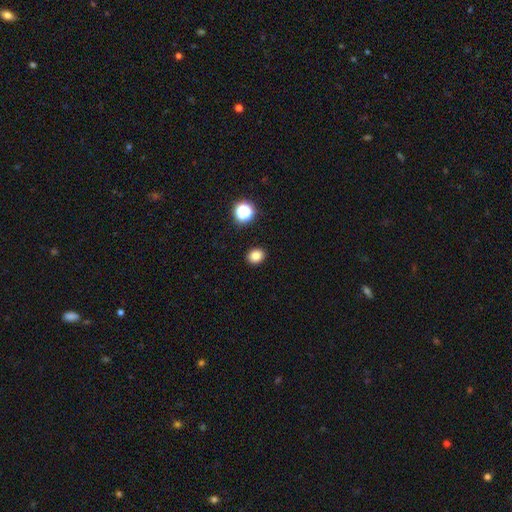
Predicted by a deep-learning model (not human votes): Smooth or featured?
  - smooth: 82% *
  - star or artifact: 13%
  - featured or disk: 5%
How rounded?
  - round: 56% *
  - in between: 43%
  - cigar-shaped: 1%
Merging?
  - none: 91% *
  - minor disturbance: 6%
  - major disturbance: 2%
  - merger: 1%